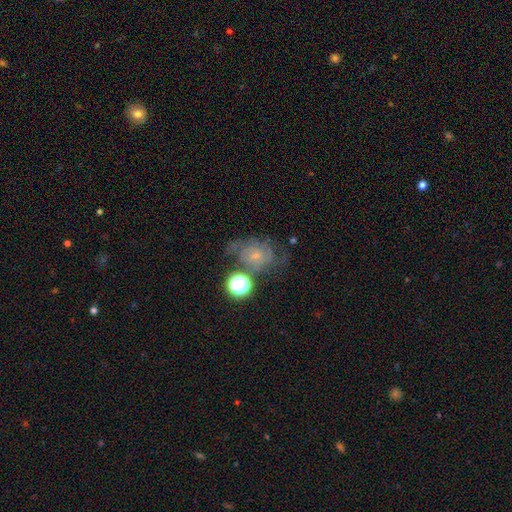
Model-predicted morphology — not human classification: This appears to be a featured or disk galaxy (56%) with no bar (78%), spiral arms (79%) and a small central bulge (70%). Merging: none (44%).